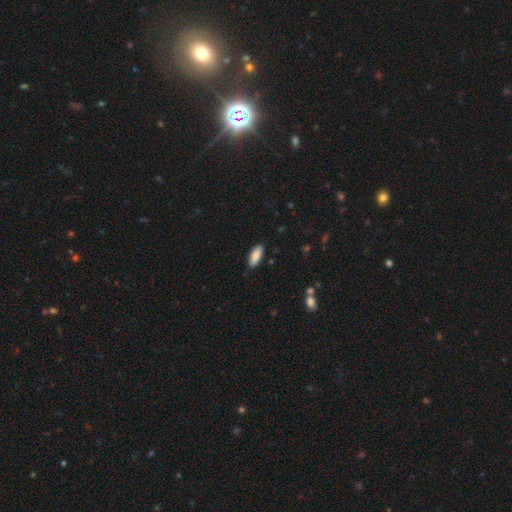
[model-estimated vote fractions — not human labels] Overall: smooth (87%). How rounded: in between (76%). Merging: none (88%).